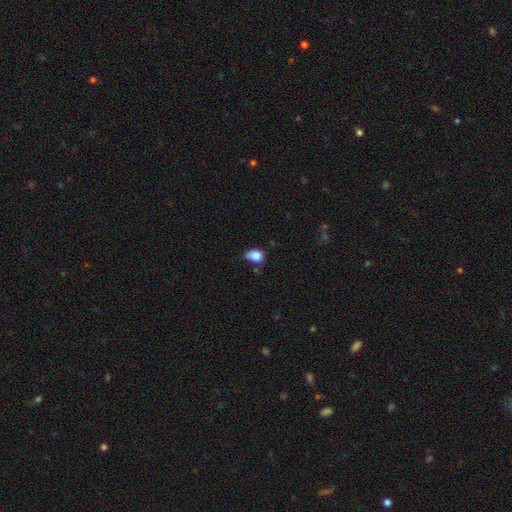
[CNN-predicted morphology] Q: Smooth or featured?
A: smooth (82%); runner-up: star or artifact (10%)
Q: How rounded?
A: in between (64%); runner-up: round (35%)
Q: Merging?
A: none (45%); runner-up: minor disturbance (38%)